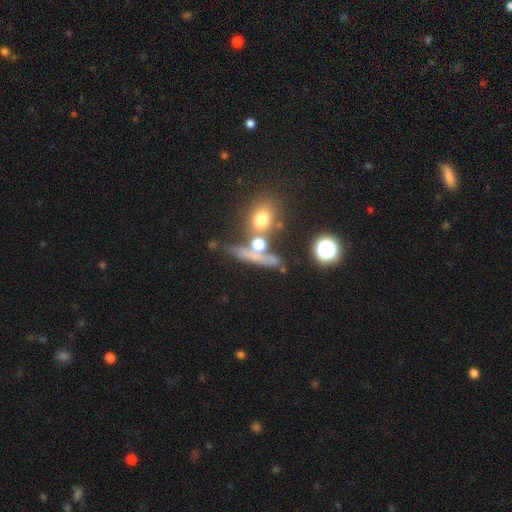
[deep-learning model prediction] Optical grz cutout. It shows a smooth galaxy with no disk features (43%). Merging: none (60%).